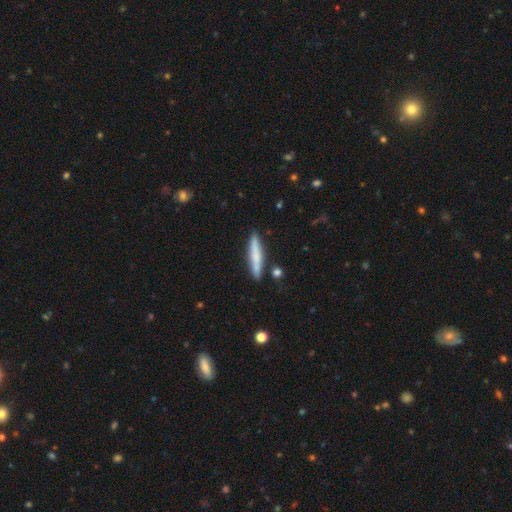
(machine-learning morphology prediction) A smooth galaxy with no disk features (66%) that is cigar-shaped (91%).

Vote fractions:
- Smooth or featured? smooth: 66% / featured or disk: 28% / star or artifact: 6%
- How rounded? cigar-shaped: 91% / in between: 7% / round: 2%
- Merging? none: 82% / minor disturbance: 11% / merger: 4% / major disturbance: 2%